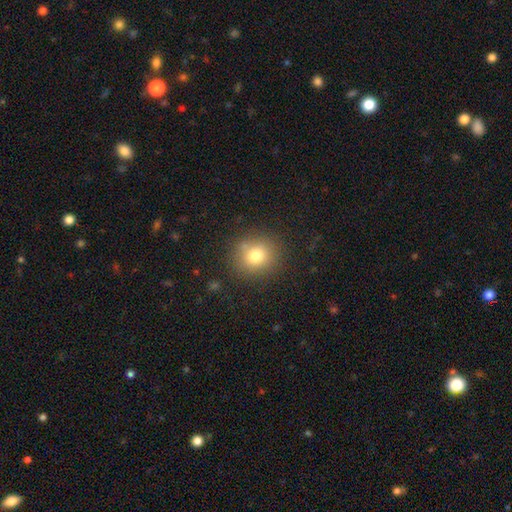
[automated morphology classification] smooth_or_featured: smooth (p=0.77) [alt: star or artifact p=0.13]
how_rounded: round (p=0.81) [alt: in between p=0.18]
merging: none (p=0.81) [alt: minor disturbance p=0.11]